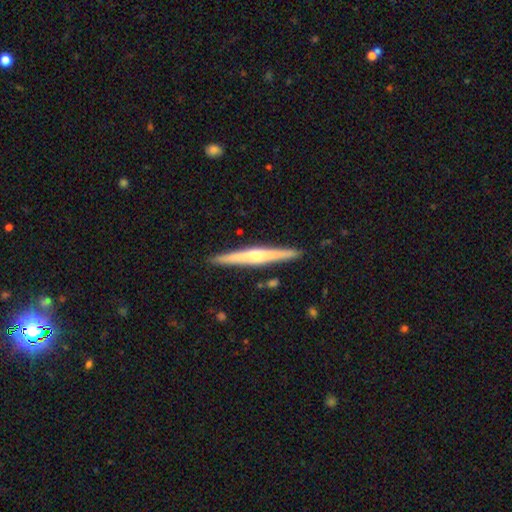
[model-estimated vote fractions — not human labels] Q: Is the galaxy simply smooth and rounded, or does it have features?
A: featured or disk — 69%.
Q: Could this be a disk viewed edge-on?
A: yes — 98%.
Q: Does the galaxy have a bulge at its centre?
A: rounded — 85%.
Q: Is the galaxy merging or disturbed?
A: none — 91%.